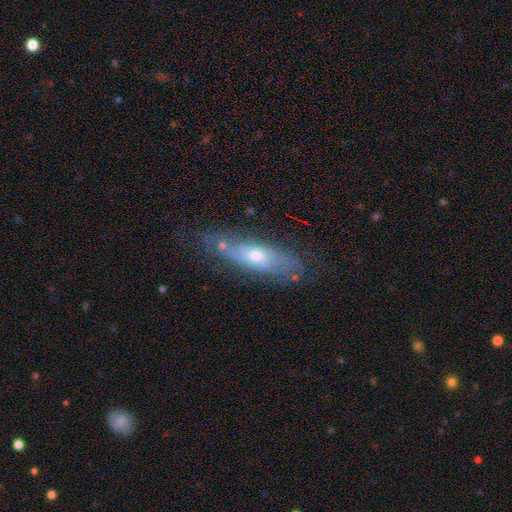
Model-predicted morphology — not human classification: Q: Smooth or featured?
A: featured or disk (59%); runner-up: smooth (32%)
Q: Edge-on disk?
A: no (63%); runner-up: yes (37%)
Q: Merging?
A: none (62%); runner-up: minor disturbance (25%)